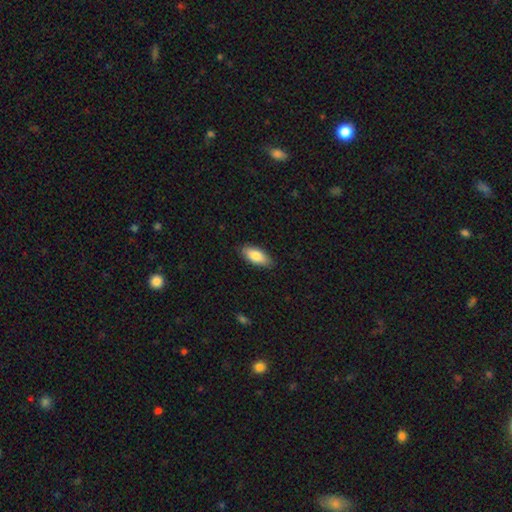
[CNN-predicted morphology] Smooth or featured? Predicted: smooth (p=0.82). How rounded? Predicted: in between (p=0.86). Merging? Predicted: none (p=0.85).